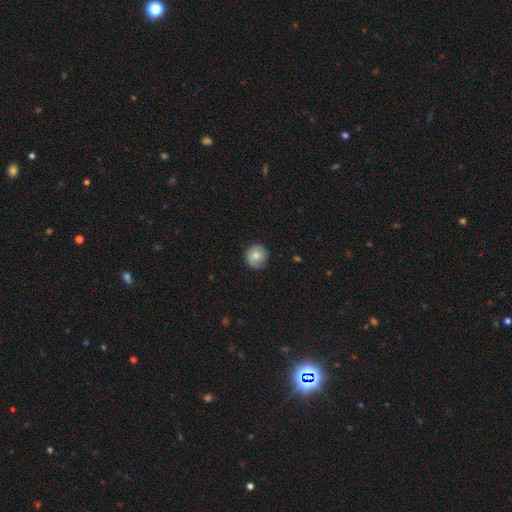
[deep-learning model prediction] Smooth or featured? Predicted: smooth (p=0.67). How rounded? Predicted: round (p=0.90). Merging? Predicted: none (p=0.76).